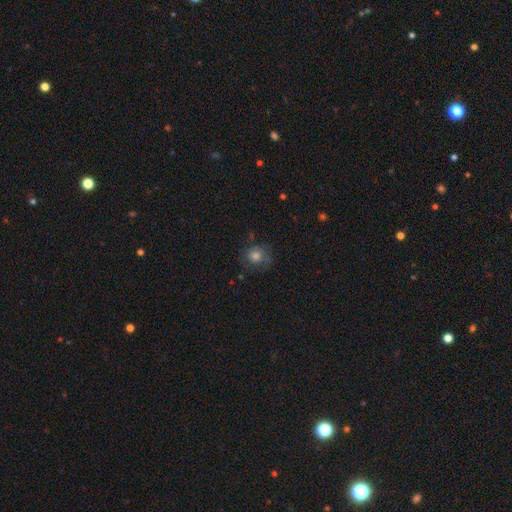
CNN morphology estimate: Overall: smooth (69%). How rounded: round (83%). Merging: none (69%).